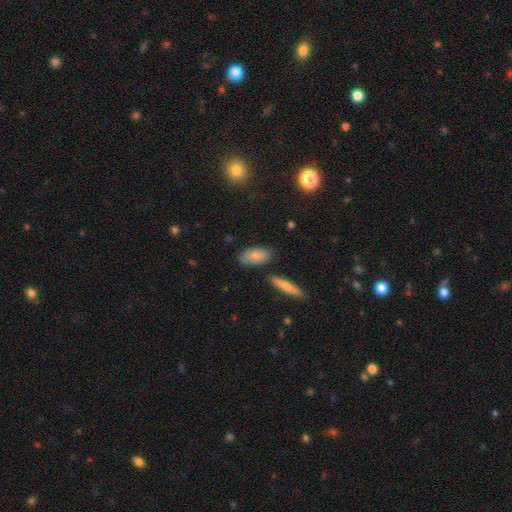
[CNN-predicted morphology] A smooth galaxy with no disk features (80%) that is in between round and cigar-shaped (89%).

Vote fractions:
- Smooth or featured? smooth: 80% / featured or disk: 13% / star or artifact: 7%
- How rounded? in between: 89% / cigar-shaped: 7% / round: 4%
- Merging? none: 74% / minor disturbance: 17% / merger: 5% / major disturbance: 4%